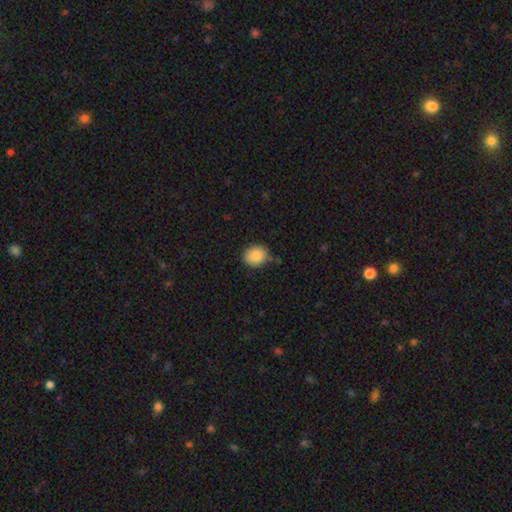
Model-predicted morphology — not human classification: The model was most divided on "how rounded": round: 67%, in between: 32%, cigar-shaped: 1%. More confident: smooth or featured — smooth (87%); merging — none (74%).